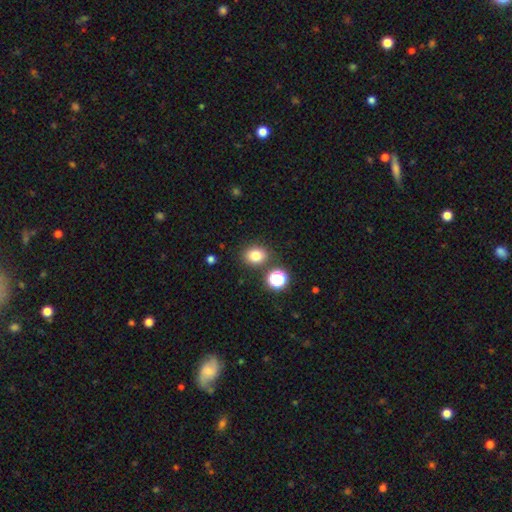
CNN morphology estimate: Smooth or featured? Predicted: smooth (p=0.79). How rounded? Predicted: round (p=0.58). Merging? Predicted: none (p=0.82).